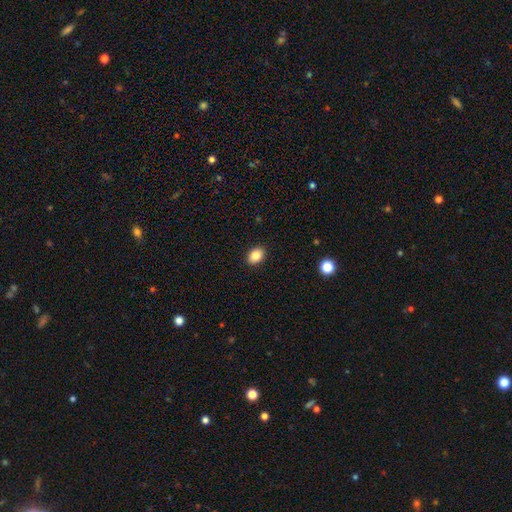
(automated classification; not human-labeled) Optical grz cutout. It shows a smooth galaxy with no disk features (87%) that is in between round and cigar-shaped (72%). Merging: none (91%).